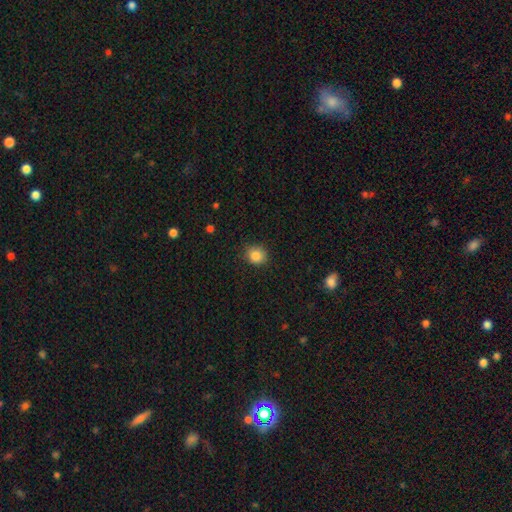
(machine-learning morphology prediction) This appears to be a smooth galaxy with no disk features (86%) that is round (82%). Merging: none (84%).